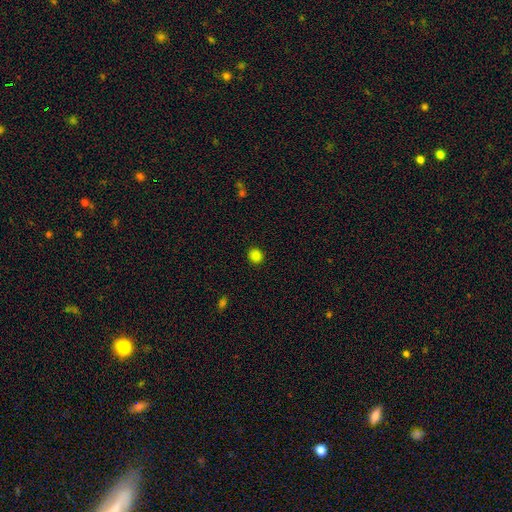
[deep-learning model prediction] Morphology: type=smooth (84%); roundness=round (83%); merging=none (91%).